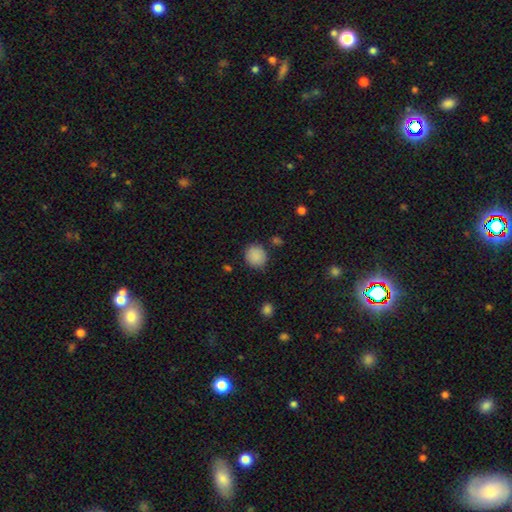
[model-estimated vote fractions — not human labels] Smooth or featured?
  - smooth: 88% *
  - star or artifact: 9%
  - featured or disk: 4%
How rounded?
  - round: 85% *
  - in between: 14%
  - cigar-shaped: 1%
Merging?
  - none: 82% *
  - minor disturbance: 12%
  - major disturbance: 3%
  - merger: 3%